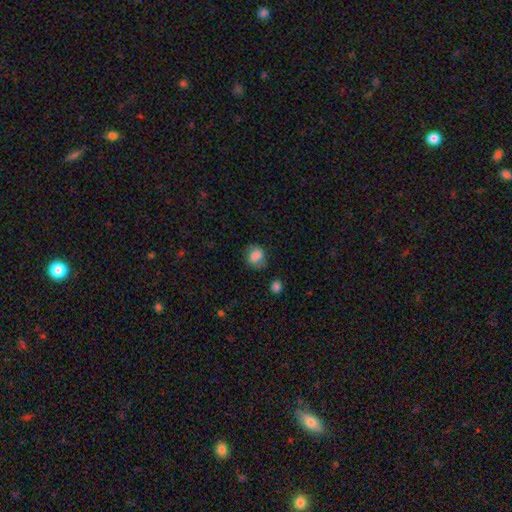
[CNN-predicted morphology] smooth_or_featured: smooth (p=0.69) [alt: featured or disk p=0.22]
how_rounded: round (p=0.56) [alt: in between p=0.43]
merging: none (p=0.65) [alt: minor disturbance p=0.23]